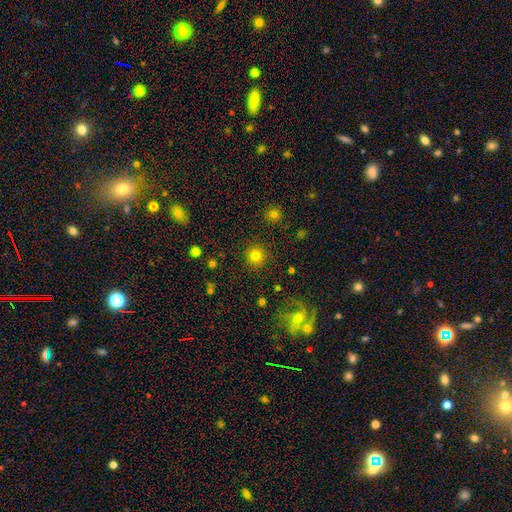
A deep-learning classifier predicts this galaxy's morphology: Smooth or featured? smooth (80%)
How rounded? round (94%)
Merging? none (90%)